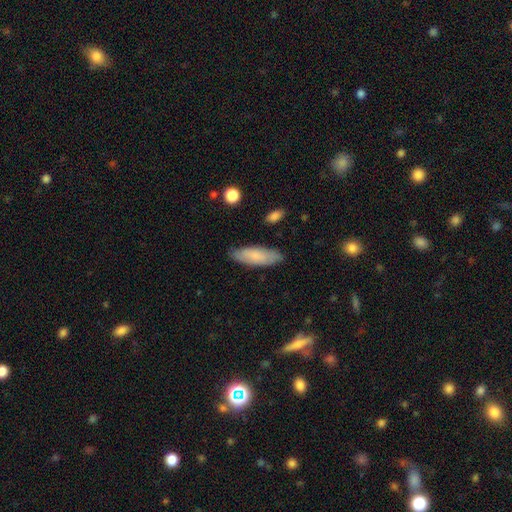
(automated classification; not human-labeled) The model was most divided on "how rounded": in between: 63%, cigar-shaped: 35%, round: 2%. More confident: merging — none (84%); smooth or featured — smooth (78%).